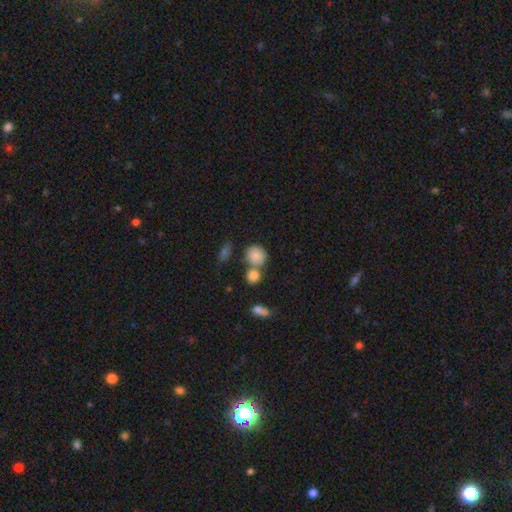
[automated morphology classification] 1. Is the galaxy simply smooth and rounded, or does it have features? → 84% smooth, 9% star or artifact, 7% featured or disk.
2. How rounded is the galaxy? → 79% round, 19% in between, 1% cigar-shaped.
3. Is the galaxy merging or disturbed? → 50% none, 36% merger, 10% minor disturbance, 4% major disturbance.